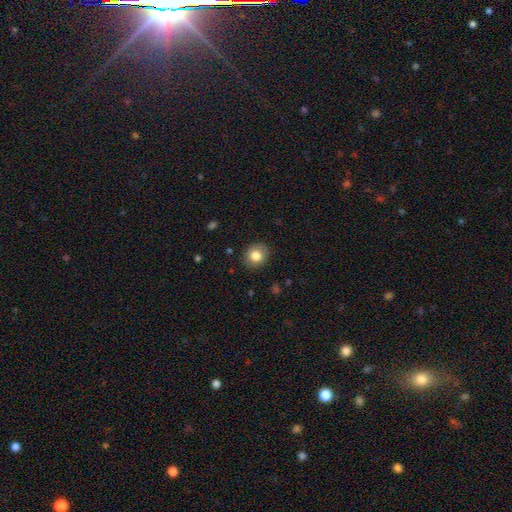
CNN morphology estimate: The model was most divided on "how rounded": round: 79%, in between: 20%, cigar-shaped: 1%. More confident: merging — none (87%); smooth or featured — smooth (81%).